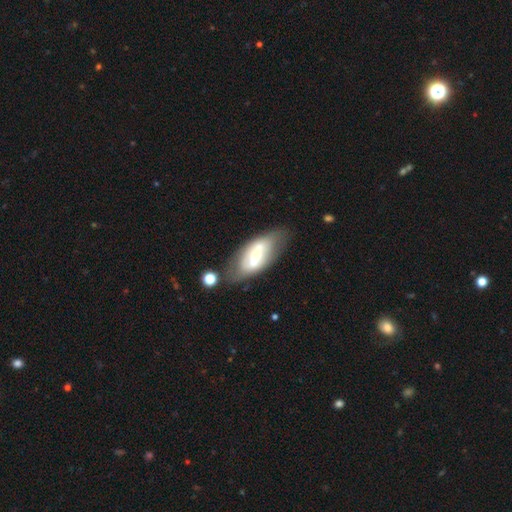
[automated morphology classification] type=featured or disk (56%); edge-on=no (85%); merging=none (55%).